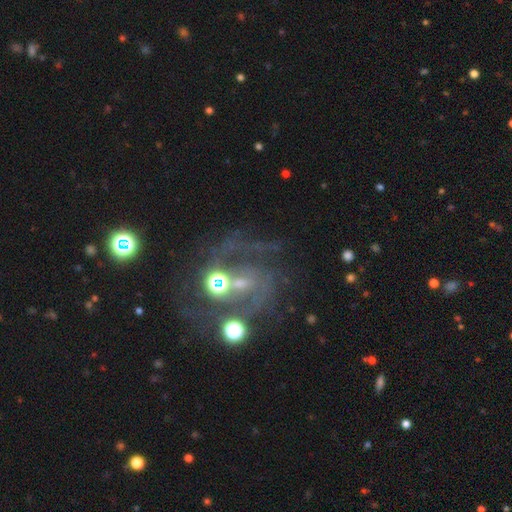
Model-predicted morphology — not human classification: The model was most divided on "bulge size": small: 44%, moderate: 34%, none: 14%, large: 5%, dominant: 3%. Remaining: edge-on disk — no (97%); spiral arms — yes (80%); smooth or featured — featured or disk (67%); spiral arm count — 2 (56%); bar — no (49%); spiral winding — medium (46%); merging — none (42%).